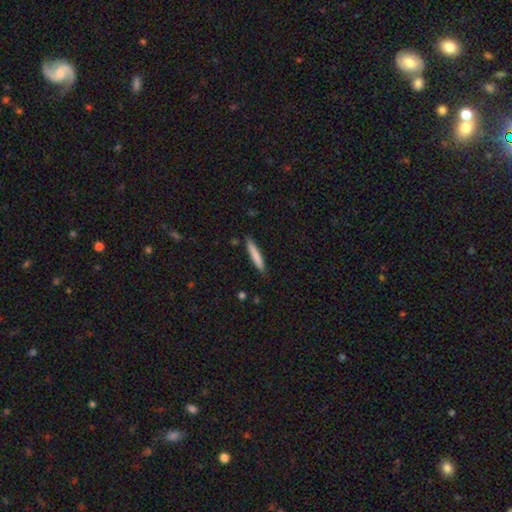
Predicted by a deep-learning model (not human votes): This appears to be a smooth galaxy with no disk features (81%) that is cigar-shaped (92%). Merging: none (86%).